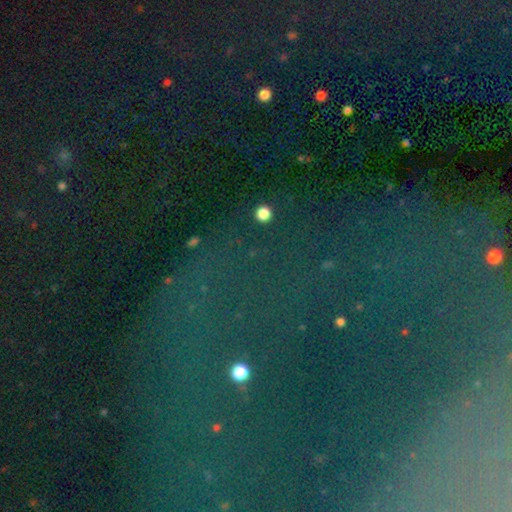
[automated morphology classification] star or artifact 81%, featured or disk 10%, smooth 9%.